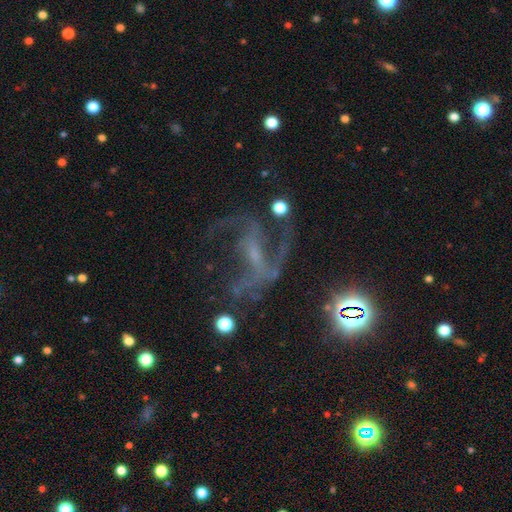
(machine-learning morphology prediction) This is likely a featured or disk galaxy (69%). It is clearly not viewed edge-on (94%). Bar: marginally weak (36%). Spiral arm pattern: likely yes (77%). Central bulge: possibly small (52%). Merging: marginally none (42%).